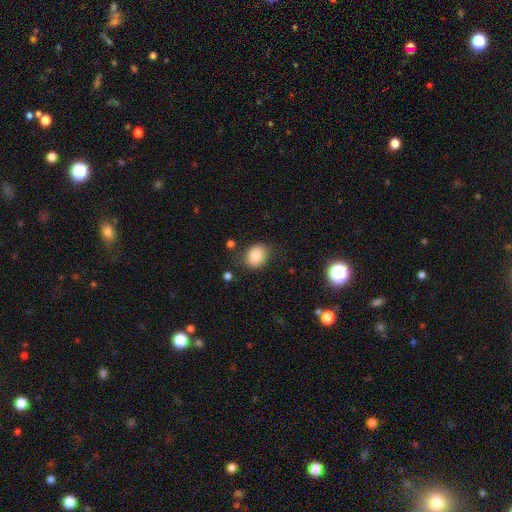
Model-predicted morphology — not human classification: smooth_or_featured: smooth (p=0.83) [alt: star or artifact p=0.09]
how_rounded: round (p=0.52) [alt: in between p=0.47]
merging: none (p=0.78) [alt: minor disturbance p=0.15]